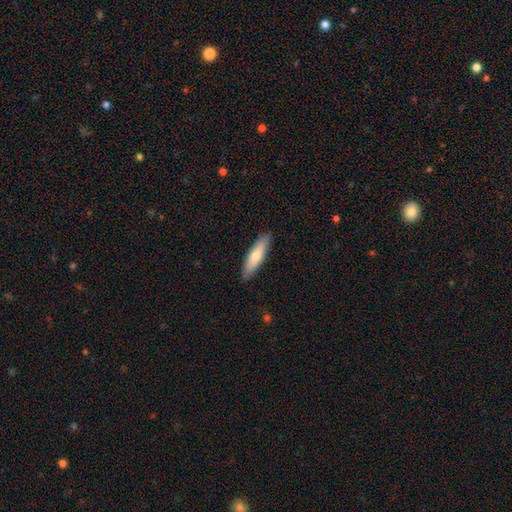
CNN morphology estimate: Smooth or featured? smooth (72%)
How rounded? cigar-shaped (68%)
Merging? none (89%)